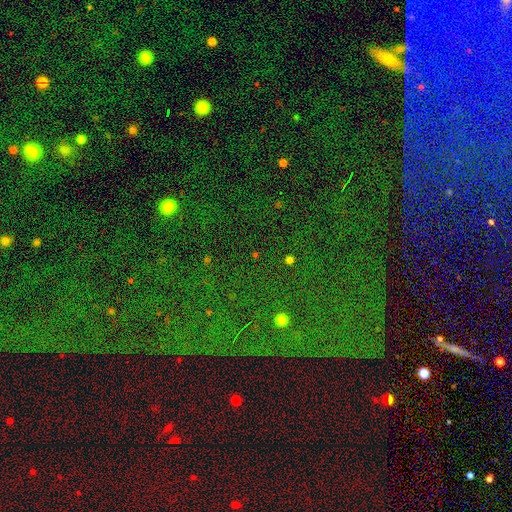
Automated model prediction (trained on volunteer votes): Smooth or featured? Predicted: star or artifact (p=0.73).